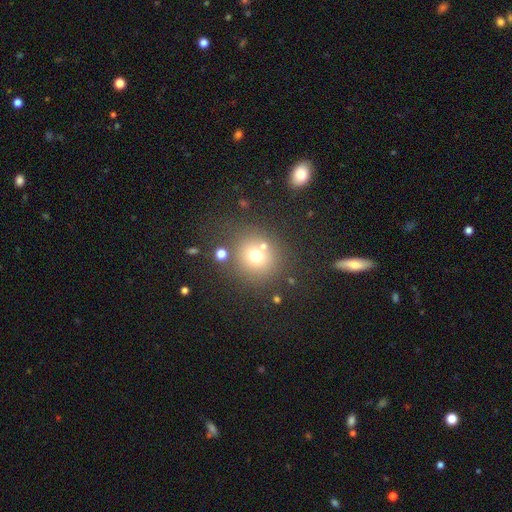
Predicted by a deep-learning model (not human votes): A smooth galaxy with no disk features (68%) that is round (90%). Merging: none (72%).